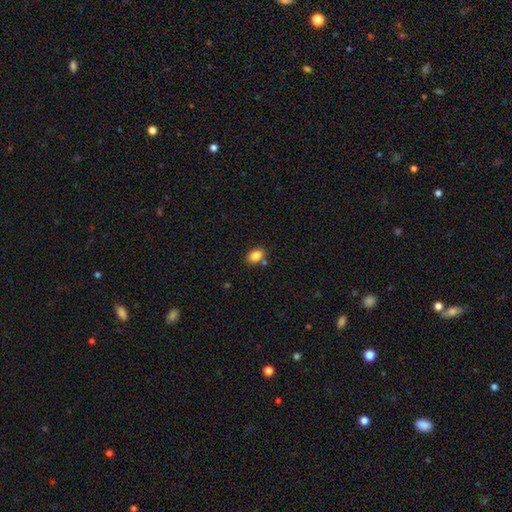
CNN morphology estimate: smooth 86%, star or artifact 9%, featured or disk 5%. Down the decision tree: how rounded — in between (79%); merging — none (77%).